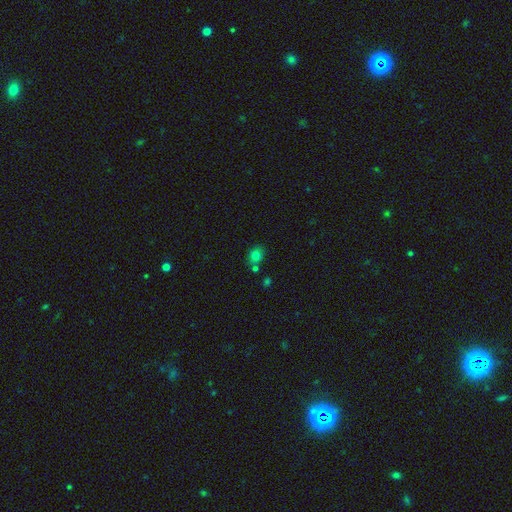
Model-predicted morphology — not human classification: A smooth galaxy with no disk features (77%) that is round (67%). Merging: none (70%).